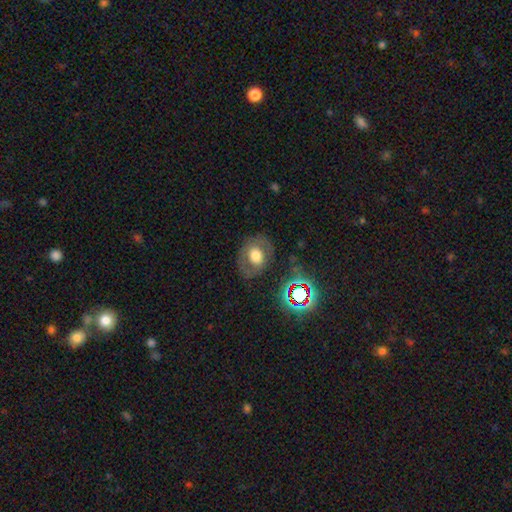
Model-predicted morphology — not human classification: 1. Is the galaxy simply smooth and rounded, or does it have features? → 52% smooth, 36% featured or disk, 12% star or artifact.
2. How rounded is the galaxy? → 52% in between, 47% round, 1% cigar-shaped.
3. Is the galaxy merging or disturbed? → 75% none, 15% minor disturbance, 9% major disturbance, 2% merger.